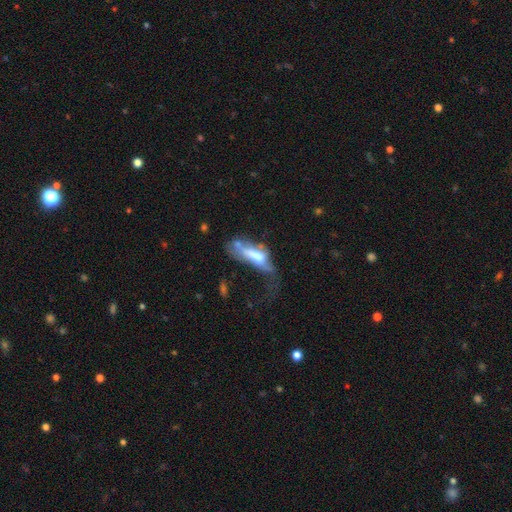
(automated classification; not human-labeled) A smooth galaxy with no disk features (46%).

Vote fractions:
- Smooth or featured? smooth: 46% / featured or disk: 44% / star or artifact: 10%
- Merging? major disturbance: 48% / minor disturbance: 19% / none: 17% / merger: 16%